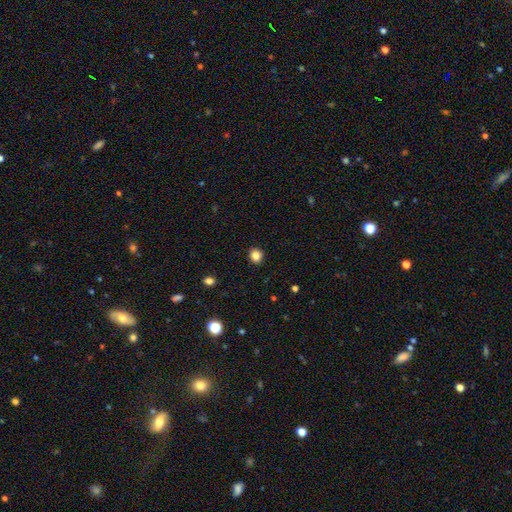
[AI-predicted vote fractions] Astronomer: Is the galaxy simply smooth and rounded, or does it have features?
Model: smooth — 85%.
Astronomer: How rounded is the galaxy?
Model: round — 80%.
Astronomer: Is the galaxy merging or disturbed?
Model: none — 91%.